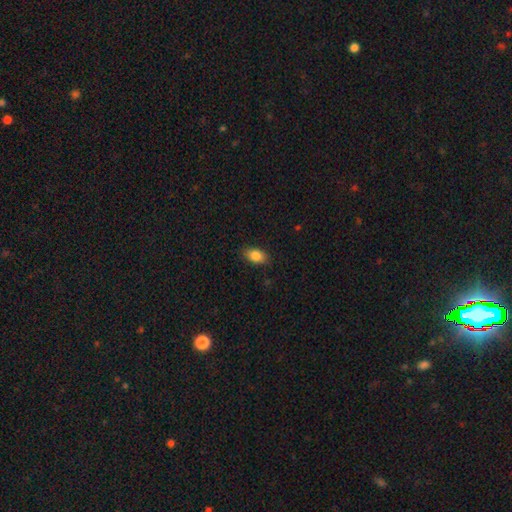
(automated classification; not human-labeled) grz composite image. It shows a smooth galaxy with no disk features (85%) that is in between round and cigar-shaped (88%). Merging: none (86%).